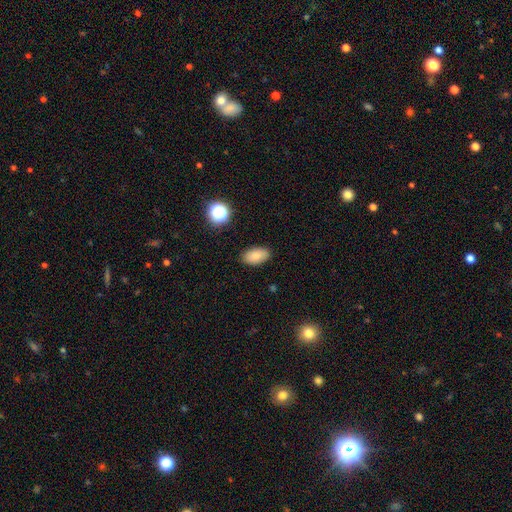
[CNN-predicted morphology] A smooth galaxy with no disk features (84%) that is in between round and cigar-shaped (93%).

Vote fractions:
- Smooth or featured? smooth: 84% / star or artifact: 9% / featured or disk: 7%
- How rounded? in between: 93% / round: 5% / cigar-shaped: 2%
- Merging? none: 87% / minor disturbance: 10% / major disturbance: 2% / merger: 1%